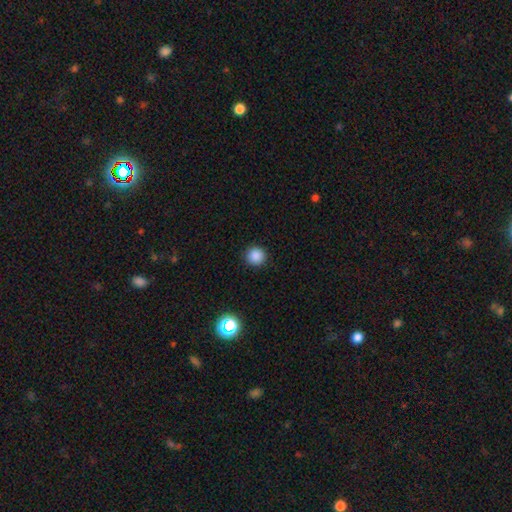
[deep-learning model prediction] Smooth or featured? Predicted: smooth (p=0.86). How rounded? Predicted: round (p=0.94). Merging? Predicted: none (p=0.92).